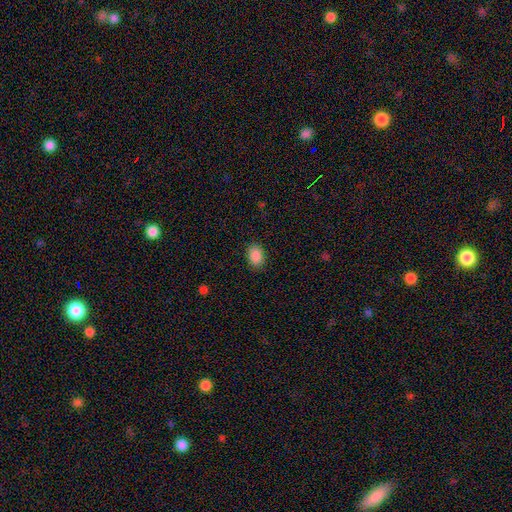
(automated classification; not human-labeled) Smooth or featured? Predicted: smooth (p=0.89). How rounded? Predicted: in between (p=0.79). Merging? Predicted: none (p=0.88).